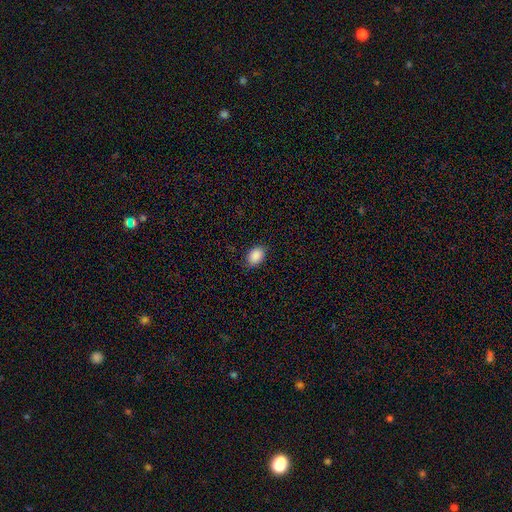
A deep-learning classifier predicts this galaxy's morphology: type=smooth (89%); roundness=in between (75%); merging=none (83%).